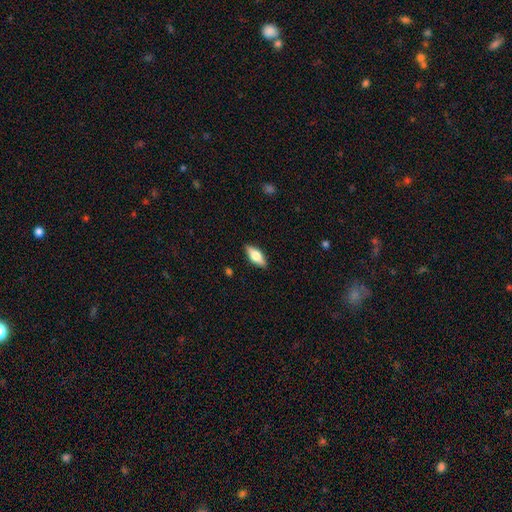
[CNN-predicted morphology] Smooth or featured?
  - smooth: 52% *
  - featured or disk: 42%
  - star or artifact: 7%
How rounded?
  - in between: 73% *
  - cigar-shaped: 24%
  - round: 3%
Merging?
  - none: 88% *
  - minor disturbance: 9%
  - major disturbance: 2%
  - merger: 1%